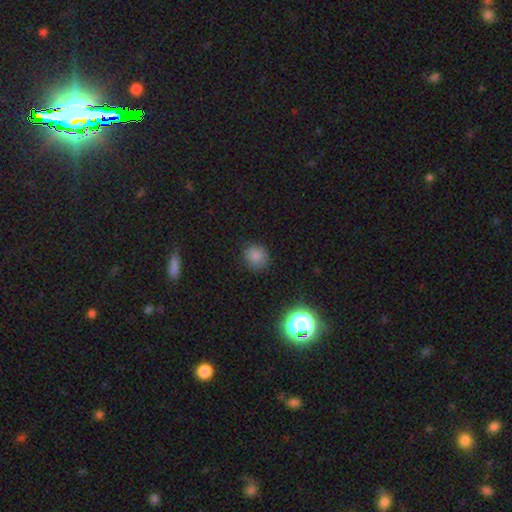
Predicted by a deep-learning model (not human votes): Q: Smooth or featured?
A: smooth (80%); runner-up: star or artifact (15%)
Q: How rounded?
A: round (84%); runner-up: in between (15%)
Q: Merging?
A: none (85%); runner-up: minor disturbance (11%)